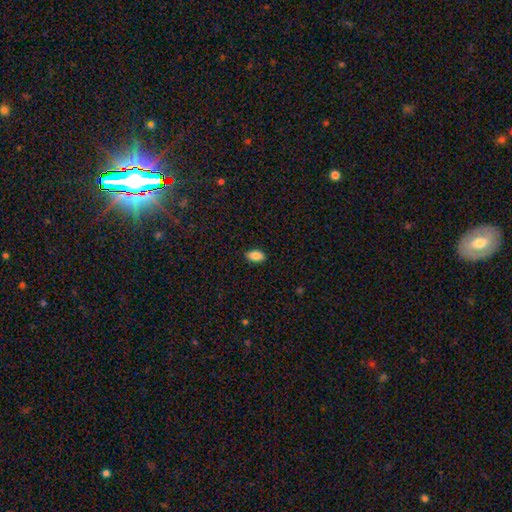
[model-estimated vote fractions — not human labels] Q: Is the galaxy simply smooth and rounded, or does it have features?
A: smooth — 86%.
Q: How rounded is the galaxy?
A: in between — 92%.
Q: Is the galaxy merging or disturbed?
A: none — 89%.